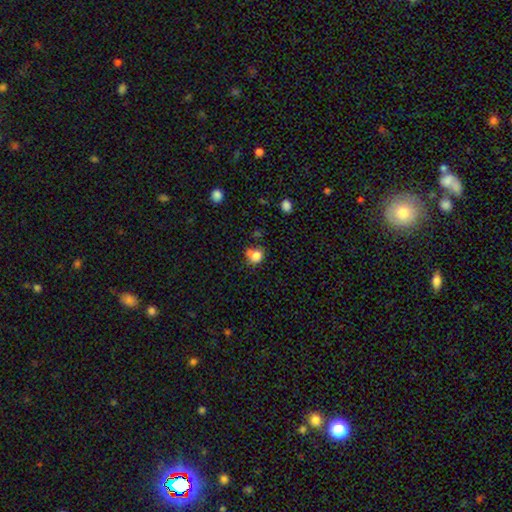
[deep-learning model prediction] A smooth galaxy with no disk features (79%) that is round (68%). Merging: none (48%).